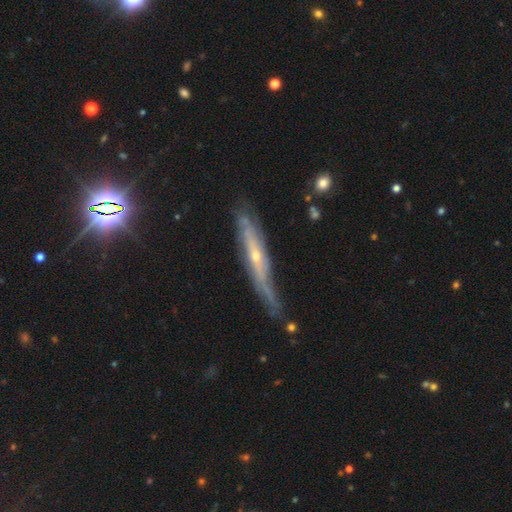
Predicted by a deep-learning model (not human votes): This appears to be a featured or disk galaxy (76%) viewed edge-on (66%) with a rounded central bulge (65%). Merging: none (60%).